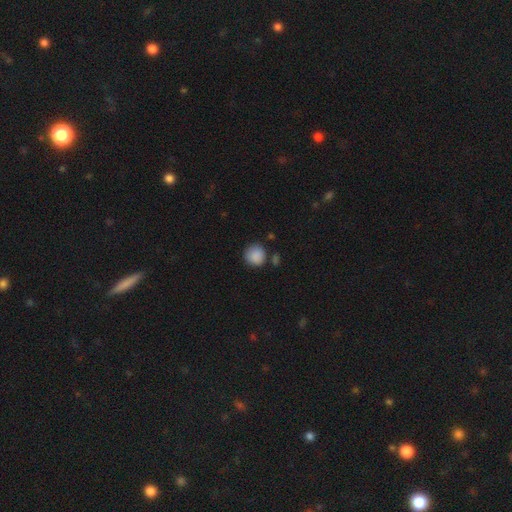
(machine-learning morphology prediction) Smooth or featured? smooth (88%)
How rounded? round (90%)
Merging? none (78%)